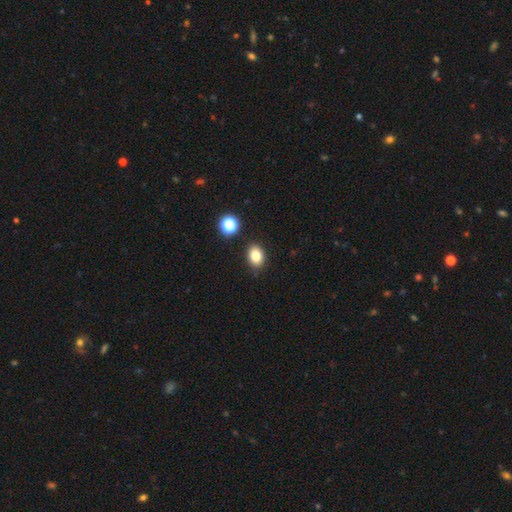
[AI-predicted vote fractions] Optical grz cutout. It shows a smooth galaxy with no disk features (81%) that is in between round and cigar-shaped (71%). Merging: none (85%).